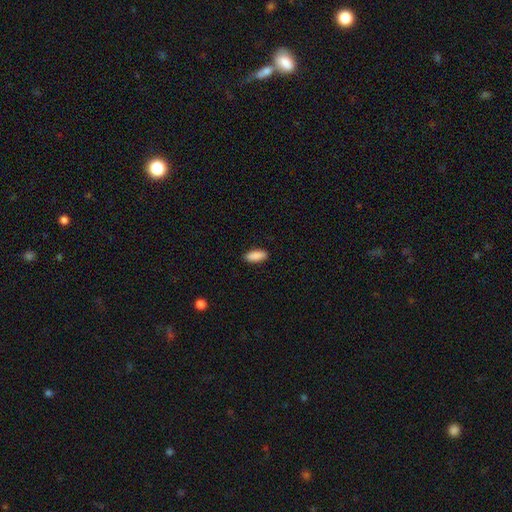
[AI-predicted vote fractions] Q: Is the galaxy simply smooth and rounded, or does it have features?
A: smooth — 90%.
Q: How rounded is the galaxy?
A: in between — 78%.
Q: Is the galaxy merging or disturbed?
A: none — 89%.